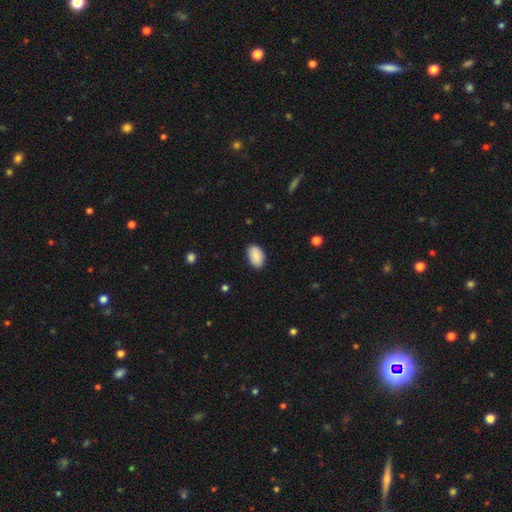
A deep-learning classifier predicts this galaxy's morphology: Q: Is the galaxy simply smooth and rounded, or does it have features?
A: smooth — 90%.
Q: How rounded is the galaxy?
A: in between — 93%.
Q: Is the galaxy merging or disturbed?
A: none — 86%.